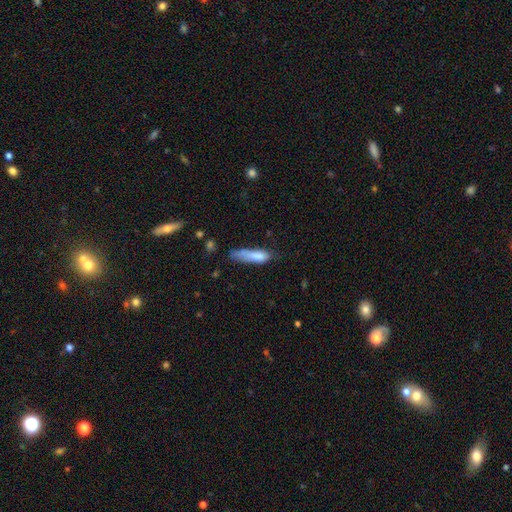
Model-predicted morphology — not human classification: Smooth or featured: smooth — 78% (featured or disk — 14%)
How rounded: cigar-shaped — 67% (in between — 31%)
Merging: none — 37% (minor disturbance — 35%)